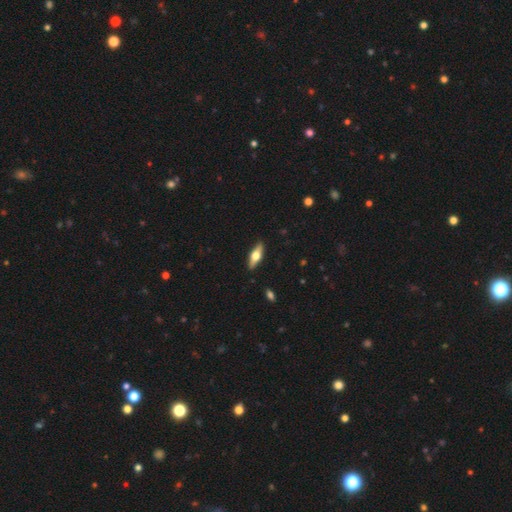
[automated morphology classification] smooth_or_featured: featured or disk (p=0.54) [alt: smooth p=0.40]
disk_edge_on: yes (p=0.91) [alt: no p=0.09]
merging: none (p=0.89) [alt: minor disturbance p=0.08]